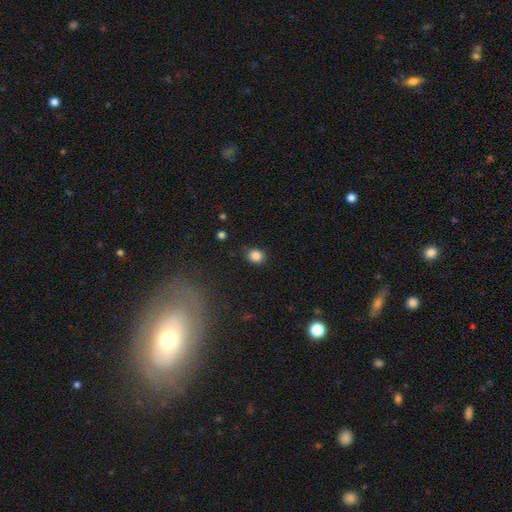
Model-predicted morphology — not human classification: smooth_or_featured: smooth (p=0.84) [alt: star or artifact p=0.11]
how_rounded: round (p=0.68) [alt: in between p=0.31]
merging: none (p=0.85) [alt: minor disturbance p=0.11]